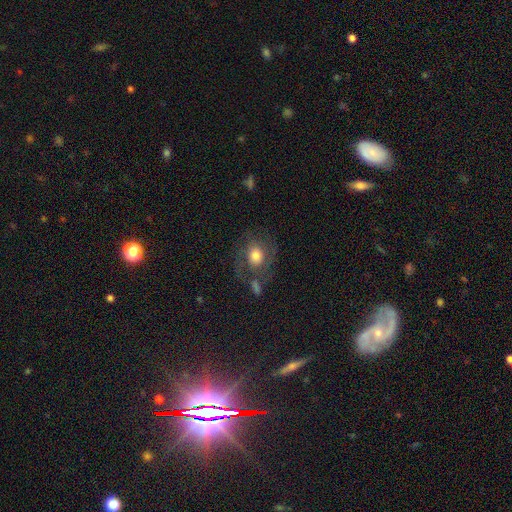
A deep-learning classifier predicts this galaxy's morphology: Smooth or featured: smooth — 48% (featured or disk — 42%)
Merging: none — 53% (major disturbance — 19%)